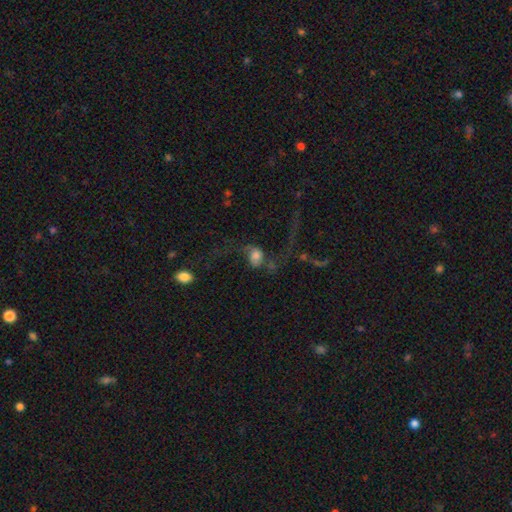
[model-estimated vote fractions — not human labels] Smooth or featured? Predicted: featured or disk (p=0.49). Merging? Predicted: major disturbance (p=0.44).